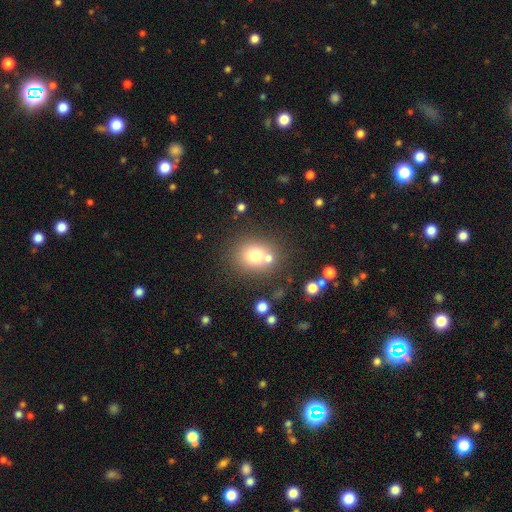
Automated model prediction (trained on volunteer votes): The model was most divided on "merging": none: 62%, merger: 24%, minor disturbance: 10%, major disturbance: 4%. More confident: how rounded — round (74%); smooth or featured — smooth (72%).